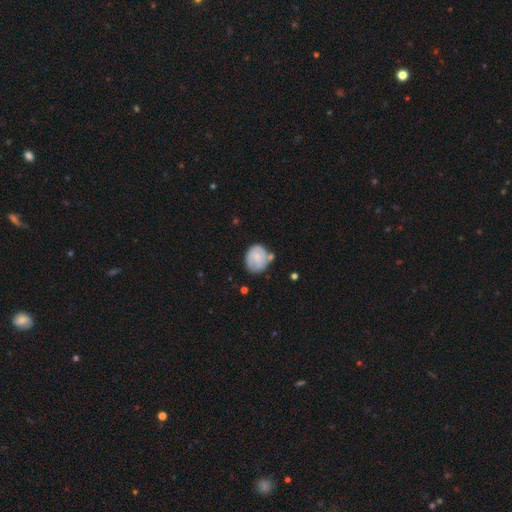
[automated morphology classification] A smooth galaxy with no disk features (49%).

Vote fractions:
- Smooth or featured? smooth: 49% / featured or disk: 44% / star or artifact: 7%
- Merging? none: 56% / minor disturbance: 26% / merger: 10% / major disturbance: 8%